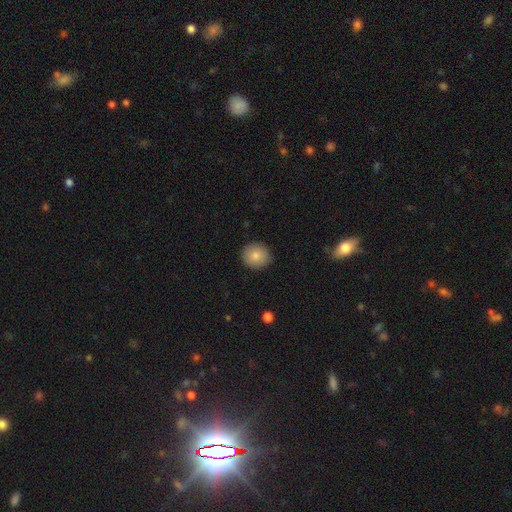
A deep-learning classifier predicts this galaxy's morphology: This is clearly a smooth galaxy (82%). How rounded: clearly round (90%). Merging: clearly none (89%).